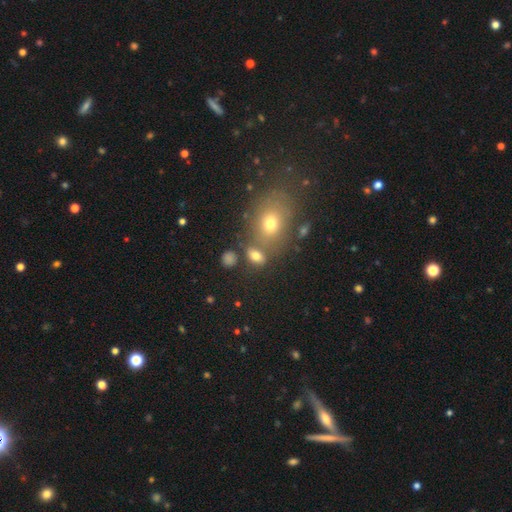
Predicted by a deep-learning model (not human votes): Overall: smooth (72%). How rounded: in between (76%). Merging: none (59%; merger 20%).